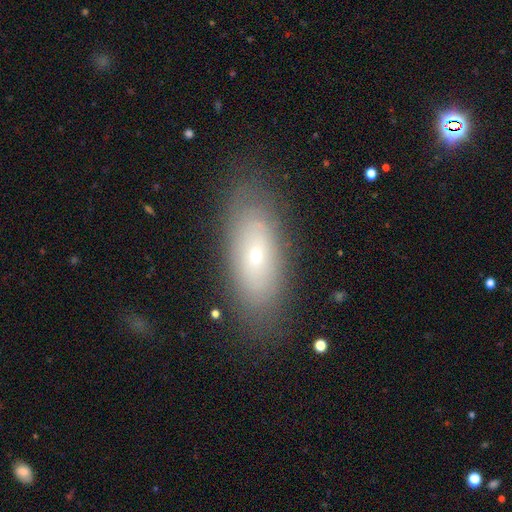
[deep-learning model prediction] smooth 47%, featured or disk 42%, star or artifact 11%. Down the decision tree: merging — none (82%).